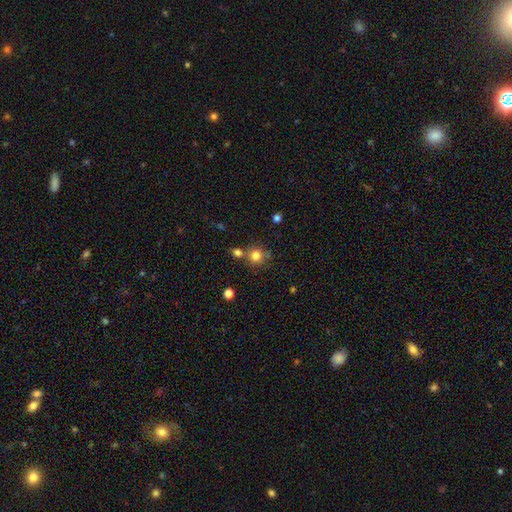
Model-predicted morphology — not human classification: A smooth galaxy with no disk features (78%) that is round (89%).

Vote fractions:
- Smooth or featured? smooth: 78% / star or artifact: 13% / featured or disk: 8%
- How rounded? round: 89% / in between: 10% / cigar-shaped: 1%
- Merging? none: 65% / merger: 22% / minor disturbance: 10% / major disturbance: 3%